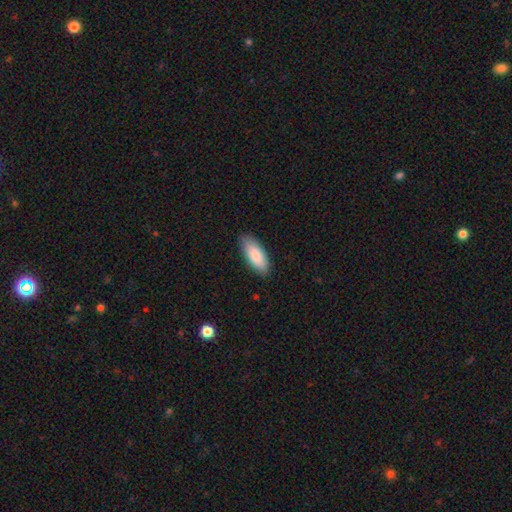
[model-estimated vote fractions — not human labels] The model was most divided on "how rounded": in between: 81%, cigar-shaped: 18%, round: 2%. More confident: merging — none (87%); smooth or featured — smooth (85%).